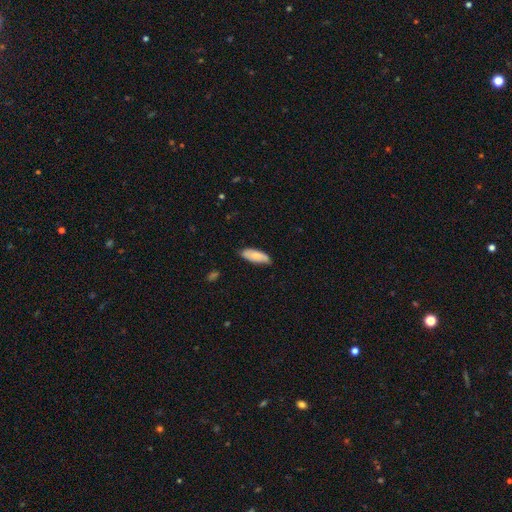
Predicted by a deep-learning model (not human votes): Q: Smooth or featured?
A: smooth (72%); runner-up: featured or disk (22%)
Q: How rounded?
A: in between (72%); runner-up: cigar-shaped (26%)
Q: Merging?
A: none (77%); runner-up: minor disturbance (19%)